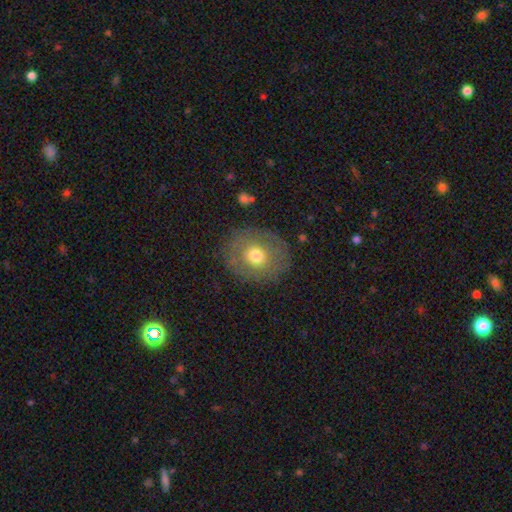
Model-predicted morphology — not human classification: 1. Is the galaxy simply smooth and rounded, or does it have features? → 64% smooth, 26% featured or disk, 10% star or artifact.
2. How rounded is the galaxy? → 73% round, 26% in between, 1% cigar-shaped.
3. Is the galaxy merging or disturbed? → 82% none, 11% minor disturbance, 5% major disturbance, 1% merger.